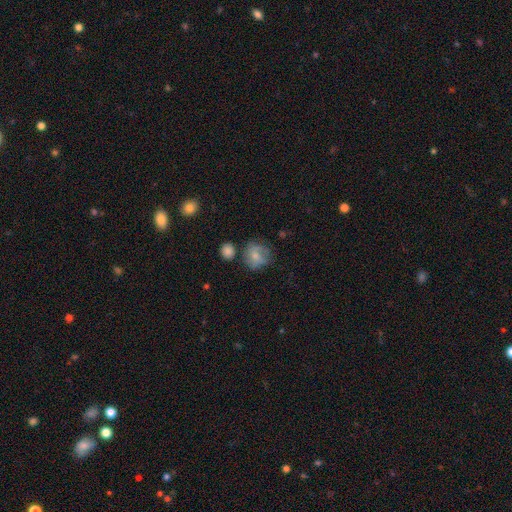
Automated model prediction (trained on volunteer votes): The model was most divided on "merging": none: 55%, minor disturbance: 25%, major disturbance: 14%, merger: 6%. More confident: how rounded — round (74%); smooth or featured — smooth (63%).